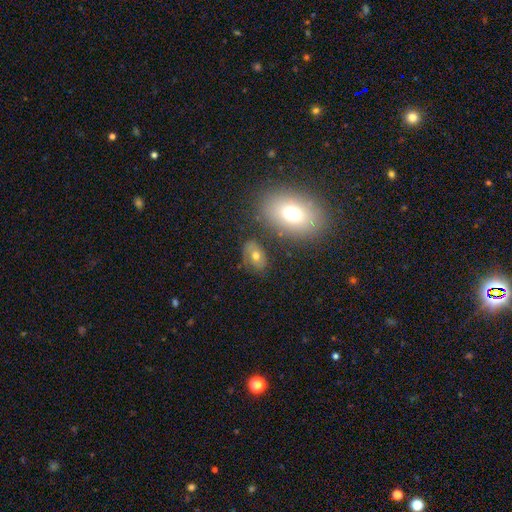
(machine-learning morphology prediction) Smooth or featured? smooth (57%)
How rounded? in between (85%)
Merging? none (70%)